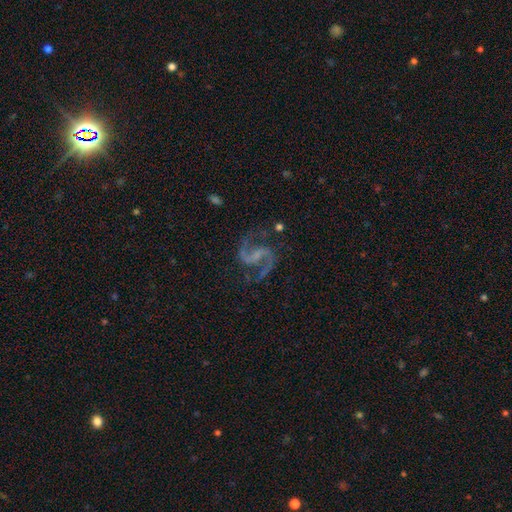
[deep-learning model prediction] This appears to be a featured or disk galaxy (93%) with a weak bar (48%), 2 (94%) medium (61%) spiral arms (98%) and a small central bulge (42%, tied with none). Merging: none (77%).